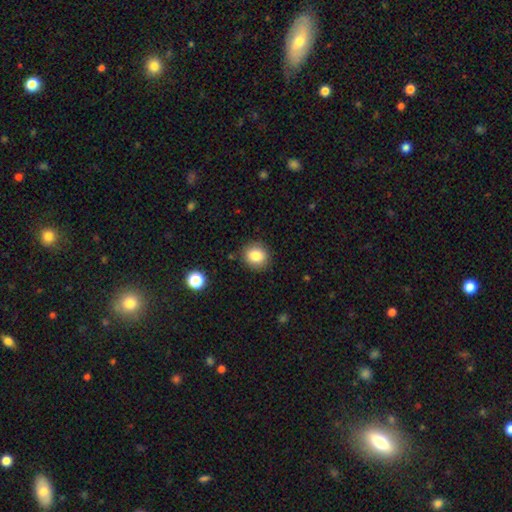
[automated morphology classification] Smooth or featured? Predicted: smooth (p=0.84). How rounded? Predicted: round (p=0.83). Merging? Predicted: none (p=0.88).